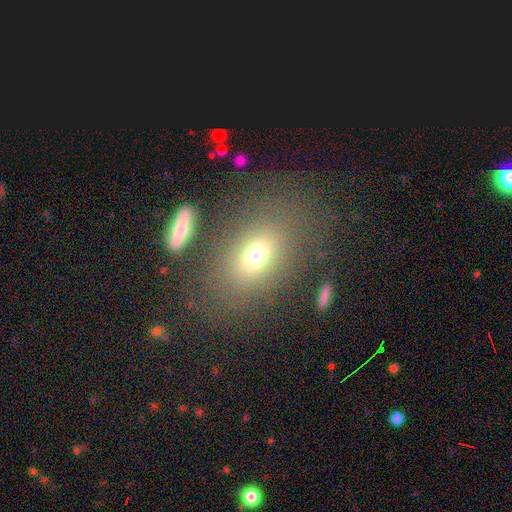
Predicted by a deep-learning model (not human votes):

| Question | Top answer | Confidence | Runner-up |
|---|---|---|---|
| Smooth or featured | smooth | 68% | featured or disk (16%) |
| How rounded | in between | 80% | round (17%) |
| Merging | none | 76% | minor disturbance (12%) |